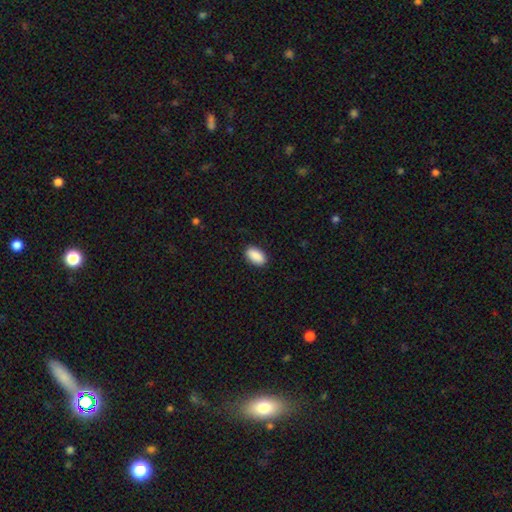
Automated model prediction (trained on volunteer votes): A smooth galaxy with no disk features (90%) that is in between round and cigar-shaped (94%).

Vote fractions:
- Smooth or featured? smooth: 90% / star or artifact: 7% / featured or disk: 3%
- How rounded? in between: 94% / round: 4% / cigar-shaped: 2%
- Merging? none: 89% / minor disturbance: 8% / major disturbance: 2% / merger: 1%